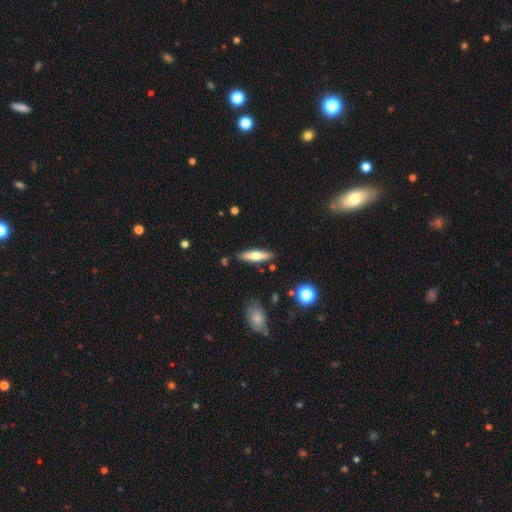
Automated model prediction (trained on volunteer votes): Overall: smooth (52%; featured or disk 41%). How rounded: cigar-shaped (70%). Merging: none (86%).